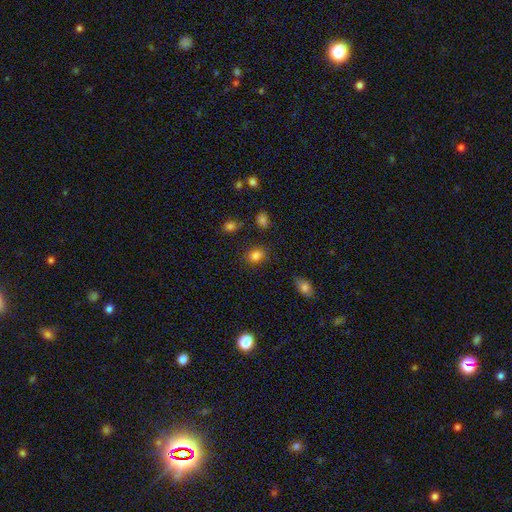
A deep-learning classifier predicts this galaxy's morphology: type=smooth (81%); roundness=round (56%); merging=none (82%).